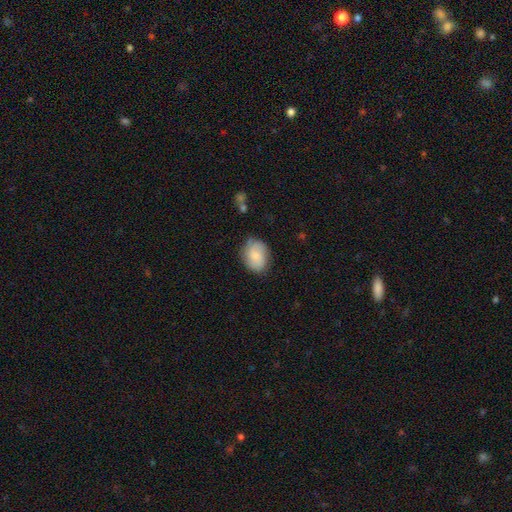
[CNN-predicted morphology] This is likely a smooth galaxy (70%). How rounded: likely in between (62%). Merging: likely none (73%).